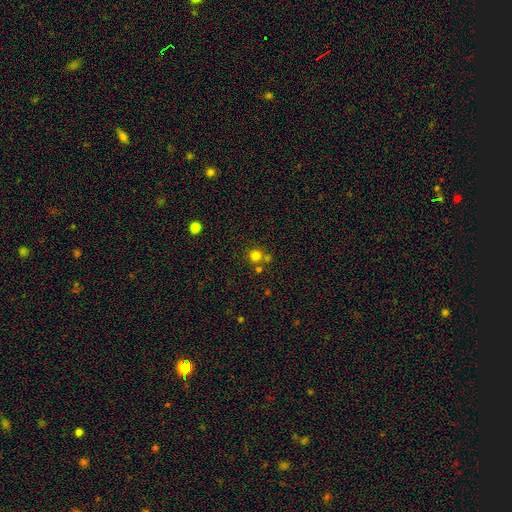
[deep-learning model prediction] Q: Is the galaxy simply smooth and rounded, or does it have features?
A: smooth — 77%.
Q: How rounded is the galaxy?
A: round — 92%.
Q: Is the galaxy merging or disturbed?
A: none — 67%.